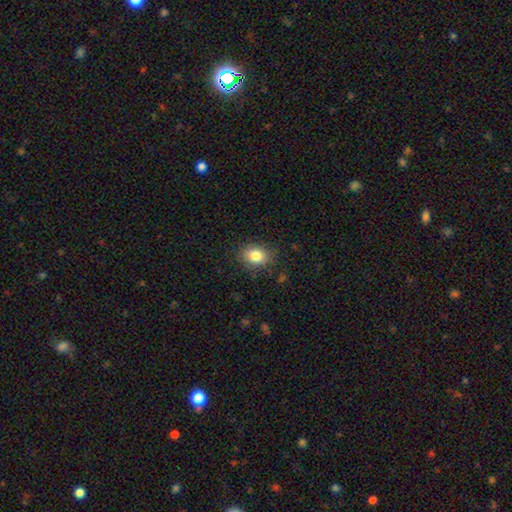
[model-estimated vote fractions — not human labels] smooth-or-featured: smooth: 83% | star or artifact: 10% | featured or disk: 7%
  how-rounded: in between: 55% | round: 44% | cigar-shaped: 1%
  merging: none: 84% | minor disturbance: 11% | major disturbance: 3% | merger: 1%